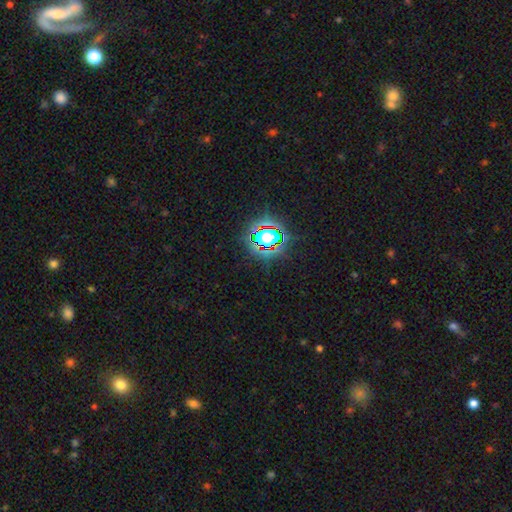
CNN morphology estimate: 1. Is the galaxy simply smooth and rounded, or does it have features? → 78% star or artifact, 14% smooth, 8% featured or disk.